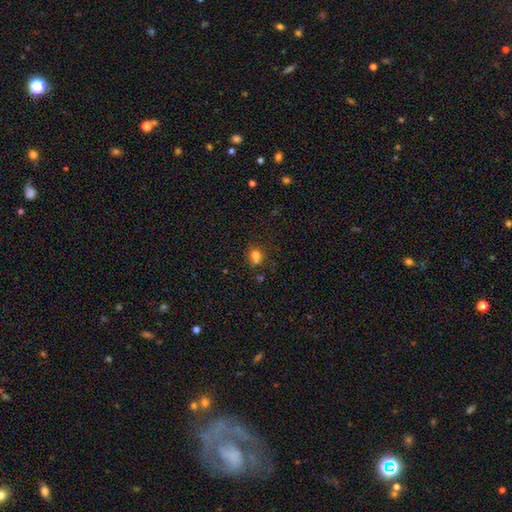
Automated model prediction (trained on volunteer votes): Morphology: type=smooth (73%); roundness=round (68%); merging=none (50%).